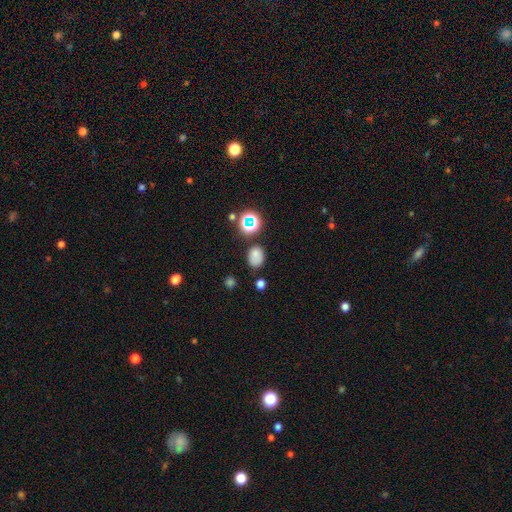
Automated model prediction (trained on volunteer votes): Smooth or featured: smooth — 73% (star or artifact — 19%)
How rounded: in between — 67% (round — 32%)
Merging: none — 72% (minor disturbance — 18%)